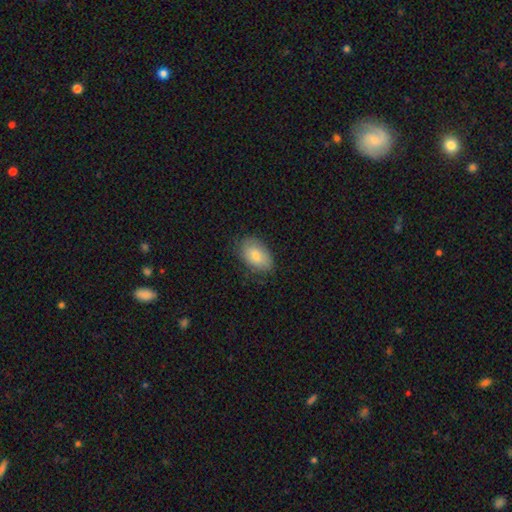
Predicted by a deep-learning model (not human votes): Smooth or featured? Predicted: smooth (p=0.76). How rounded? Predicted: in between (p=0.89). Merging? Predicted: none (p=0.75).